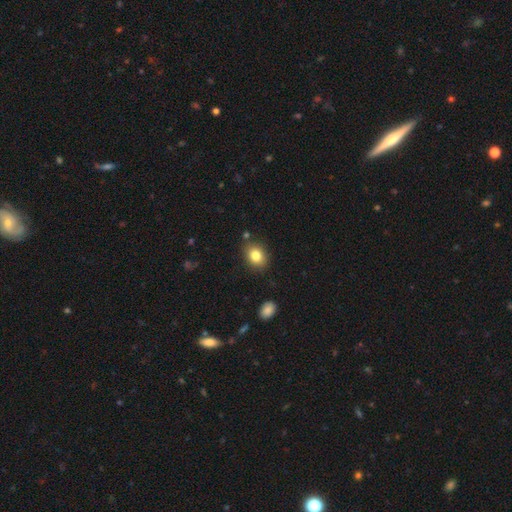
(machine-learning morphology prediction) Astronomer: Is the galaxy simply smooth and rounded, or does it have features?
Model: smooth — 82%.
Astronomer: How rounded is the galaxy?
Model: in between — 58% (runner-up: round, 41%).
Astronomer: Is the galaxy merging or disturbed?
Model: none — 82%.